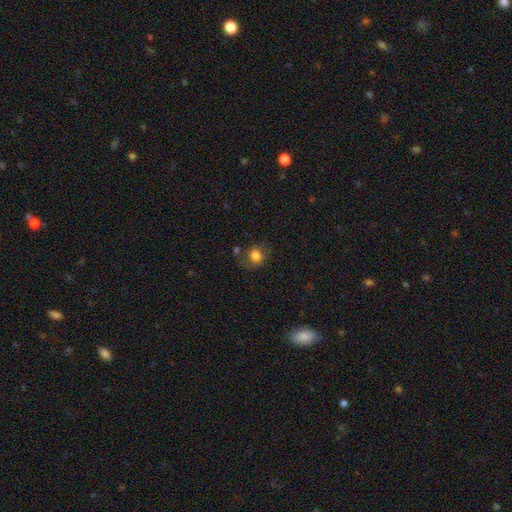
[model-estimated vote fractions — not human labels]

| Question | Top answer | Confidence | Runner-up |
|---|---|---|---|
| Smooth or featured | smooth | 78% | featured or disk (12%) |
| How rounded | round | 68% | in between (31%) |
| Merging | none | 61% | minor disturbance (22%) |